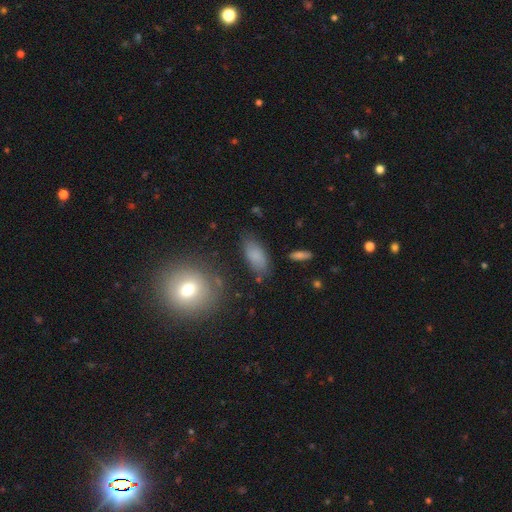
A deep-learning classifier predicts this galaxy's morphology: This is likely a smooth galaxy (79%). How rounded: clearly in between (89%). Merging: likely none (69%).